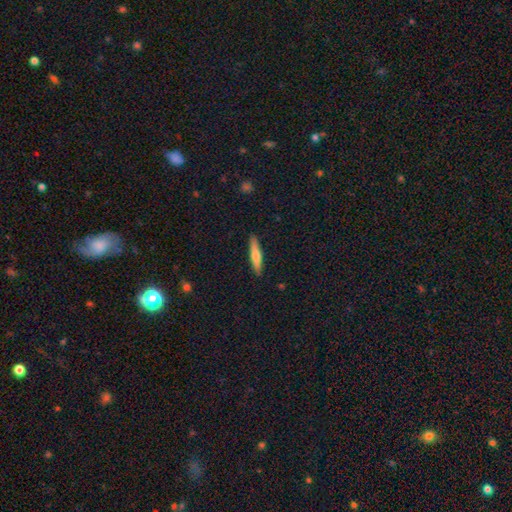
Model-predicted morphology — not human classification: Smooth or featured? smooth (61%)
How rounded? cigar-shaped (89%)
Merging? none (90%)